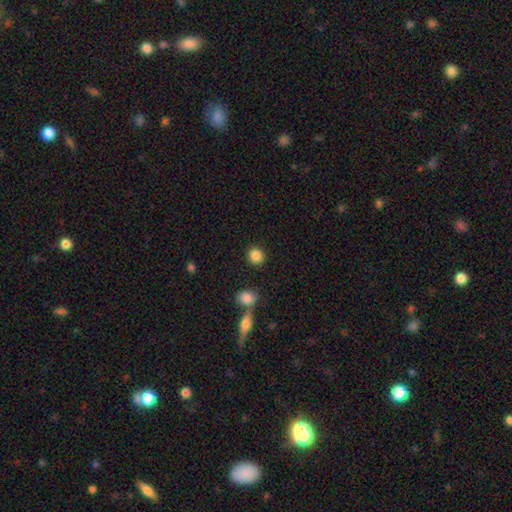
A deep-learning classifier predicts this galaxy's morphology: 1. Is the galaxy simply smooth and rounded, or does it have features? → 86% smooth, 9% star or artifact, 4% featured or disk.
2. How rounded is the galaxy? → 85% round, 14% in between, 1% cigar-shaped.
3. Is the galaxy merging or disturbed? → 88% none, 6% minor disturbance, 4% merger, 2% major disturbance.